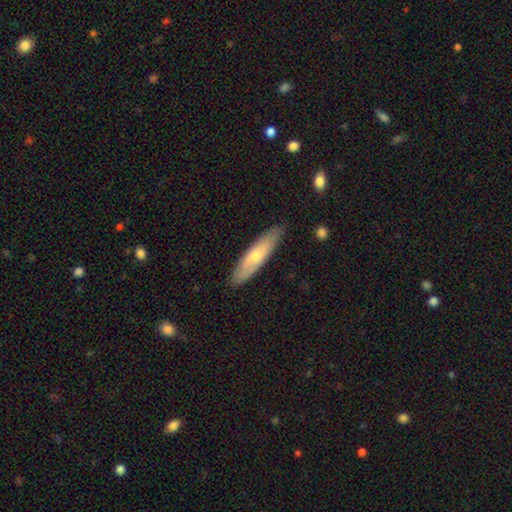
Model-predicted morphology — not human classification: Overall: smooth (59%; featured or disk 35%). How rounded: cigar-shaped (73%). Merging: none (85%).